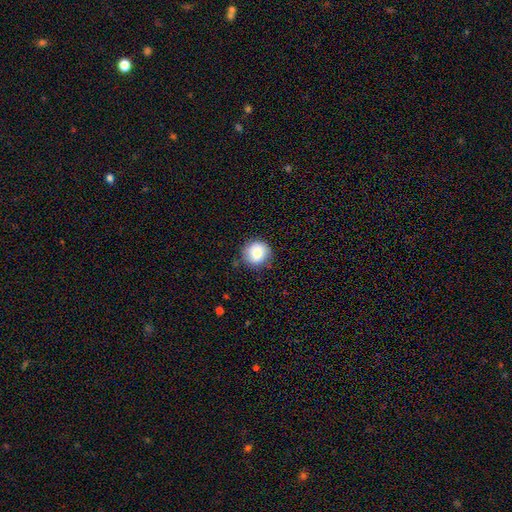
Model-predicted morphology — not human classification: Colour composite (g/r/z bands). It shows a smooth galaxy with no disk features (83%) that is round (90%). Merging: none (82%).